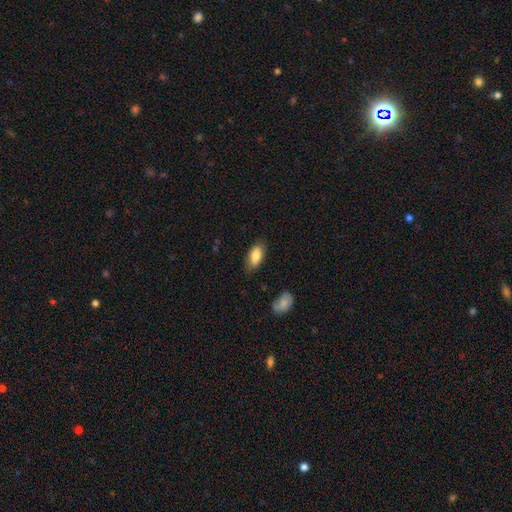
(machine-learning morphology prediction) Smooth or featured? smooth (81%)
How rounded? in between (89%)
Merging? none (78%)